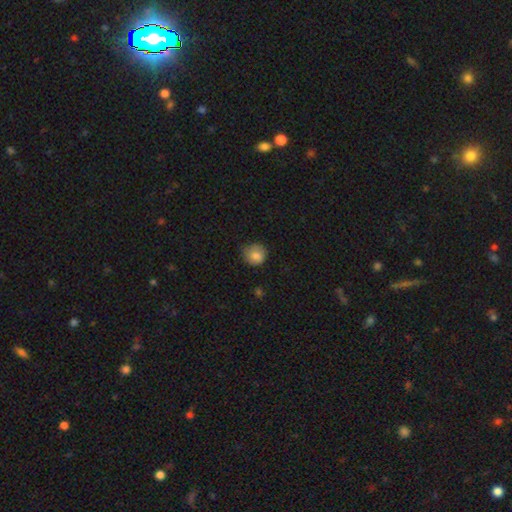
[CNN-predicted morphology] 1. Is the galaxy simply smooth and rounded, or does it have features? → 82% smooth, 9% featured or disk, 9% star or artifact.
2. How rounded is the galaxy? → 85% round, 14% in between, 1% cigar-shaped.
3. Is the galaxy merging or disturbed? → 66% none, 26% minor disturbance, 6% major disturbance, 1% merger.